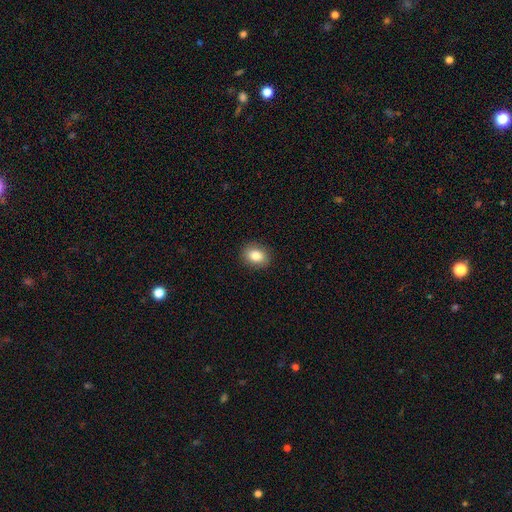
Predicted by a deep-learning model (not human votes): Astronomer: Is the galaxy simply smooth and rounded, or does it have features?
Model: smooth — 83%.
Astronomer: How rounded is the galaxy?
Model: in between — 53% (runner-up: round, 46%).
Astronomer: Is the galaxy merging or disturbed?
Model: none — 90%.